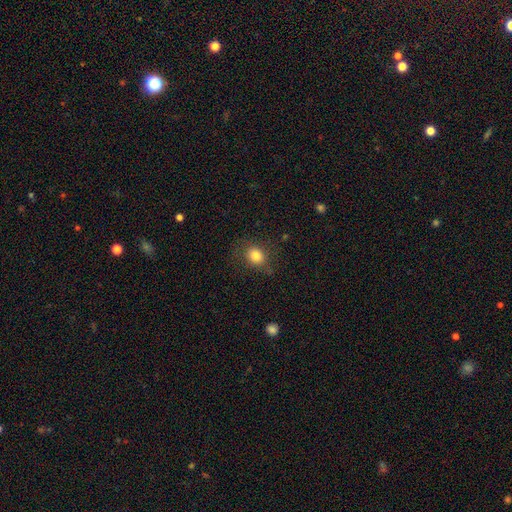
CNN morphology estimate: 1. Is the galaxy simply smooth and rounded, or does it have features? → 82% smooth, 10% star or artifact, 7% featured or disk.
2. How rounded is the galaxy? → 62% round, 37% in between, 1% cigar-shaped.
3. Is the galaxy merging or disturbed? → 78% none, 15% minor disturbance, 6% major disturbance, 1% merger.